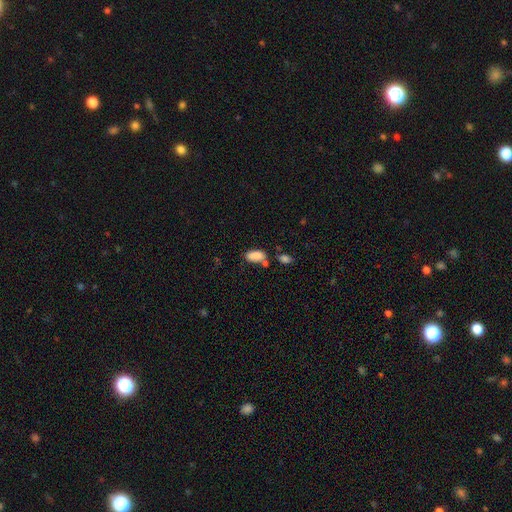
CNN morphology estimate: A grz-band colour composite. It shows a smooth galaxy with no disk features (86%) that is in between round and cigar-shaped (90%). Merging: none (58%).